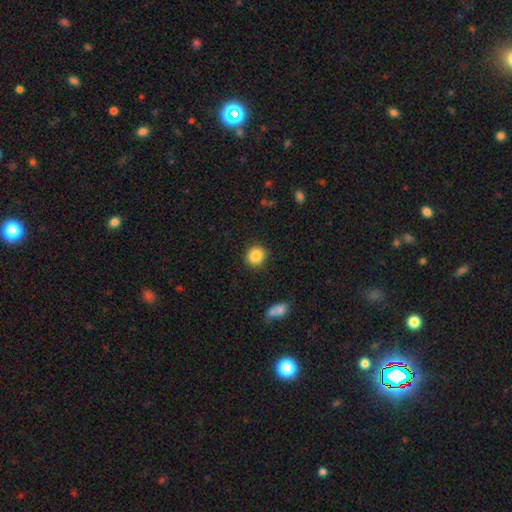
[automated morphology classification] Smooth or featured: smooth — 86% (star or artifact — 9%)
How rounded: round — 86% (in between — 13%)
Merging: none — 89% (minor disturbance — 7%)